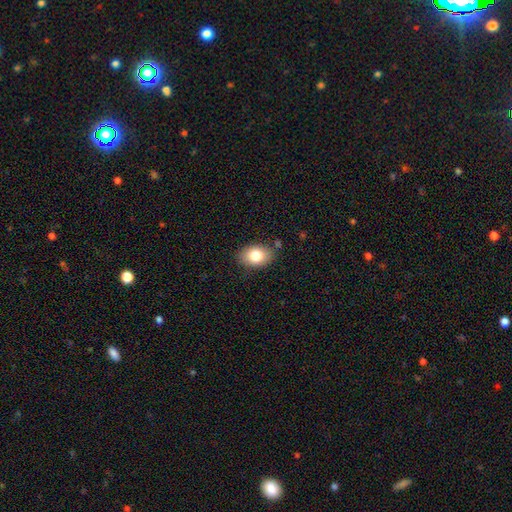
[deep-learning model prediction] Overall: smooth (81%). How rounded: in between (82%). Merging: none (83%).